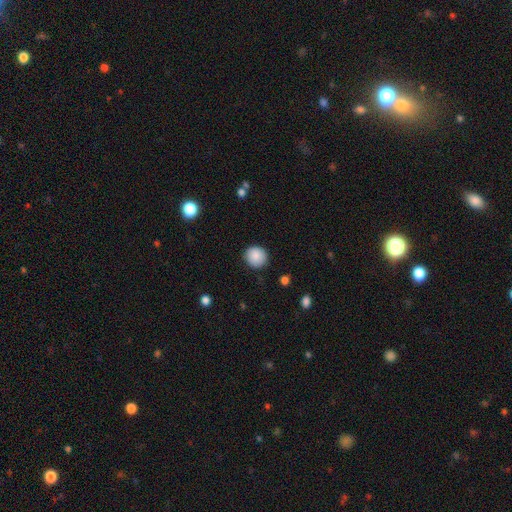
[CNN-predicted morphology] A smooth galaxy with no disk features (88%) that is round (88%).

Vote fractions:
- Smooth or featured? smooth: 88% / star or artifact: 8% / featured or disk: 5%
- How rounded? round: 88% / in between: 11% / cigar-shaped: 1%
- Merging? none: 88% / minor disturbance: 9% / major disturbance: 2% / merger: 1%